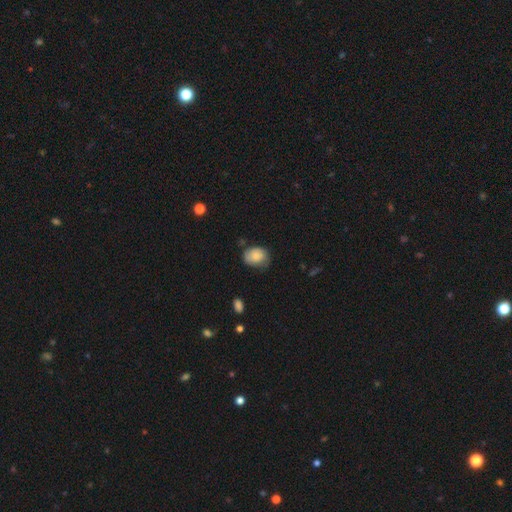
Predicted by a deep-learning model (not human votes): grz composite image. It shows a smooth galaxy with no disk features (80%) that is in between round and cigar-shaped (61%). Merging: none (57%).